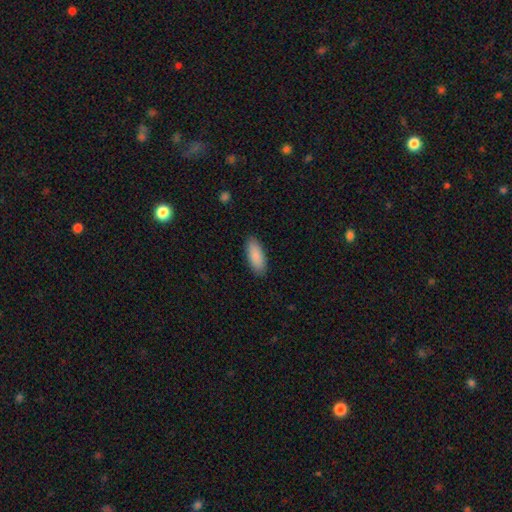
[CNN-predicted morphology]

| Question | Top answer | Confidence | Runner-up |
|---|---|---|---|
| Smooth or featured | smooth | 90% | star or artifact (5%) |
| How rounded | in between | 80% | cigar-shaped (18%) |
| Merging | none | 89% | minor disturbance (9%) |